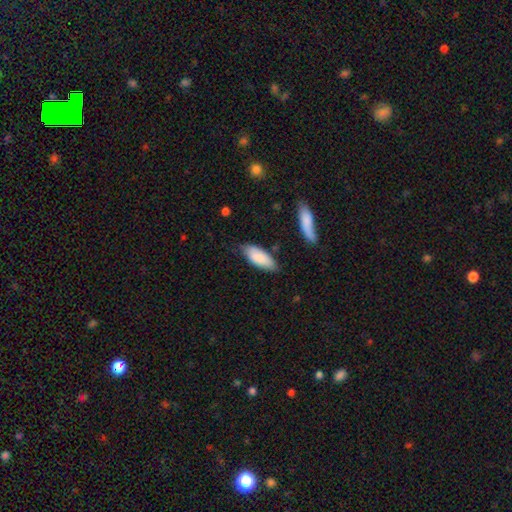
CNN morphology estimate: A smooth galaxy with no disk features (83%) that is in between round and cigar-shaped (77%).

Vote fractions:
- Smooth or featured? smooth: 83% / featured or disk: 11% / star or artifact: 6%
- How rounded? in between: 77% / cigar-shaped: 21% / round: 2%
- Merging? none: 72% / minor disturbance: 20% / major disturbance: 4% / merger: 4%